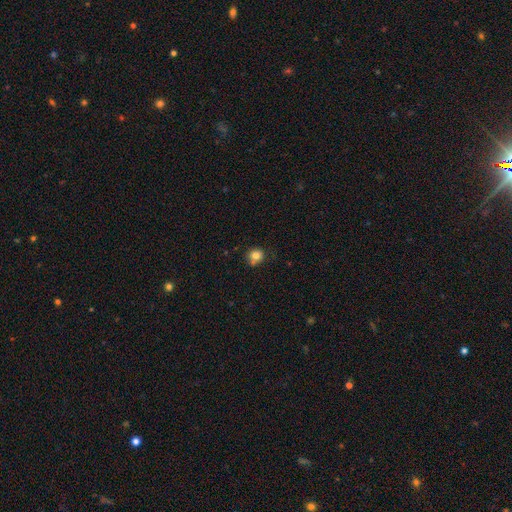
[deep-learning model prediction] Smooth or featured? smooth (81%)
How rounded? round (81%)
Merging? none (65%)